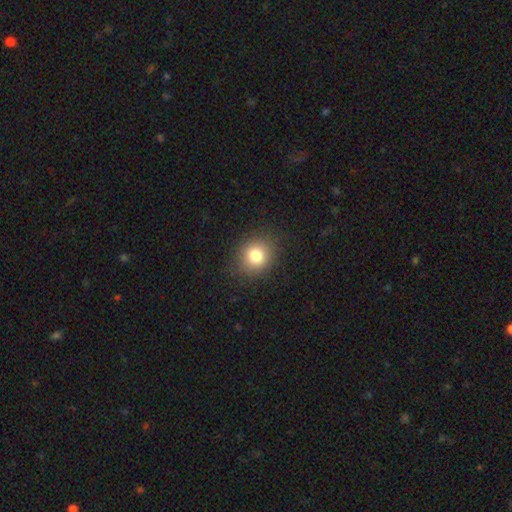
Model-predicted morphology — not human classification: A smooth galaxy with no disk features (81%) that is round (78%). Merging: none (88%).